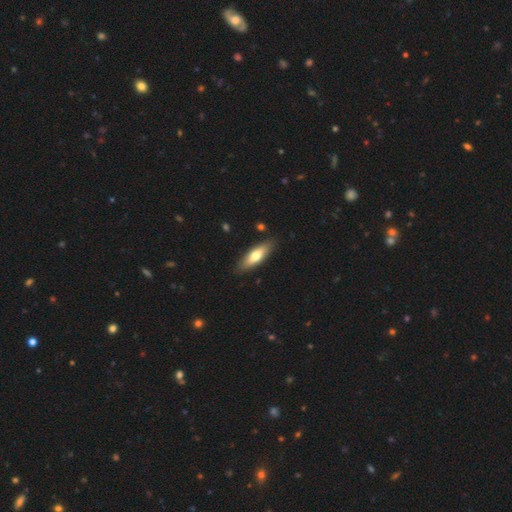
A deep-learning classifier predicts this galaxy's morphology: Smooth or featured? Predicted: smooth (p=0.65). How rounded? Predicted: in between (p=0.49, tied with cigar-shaped). Merging? Predicted: none (p=0.87).